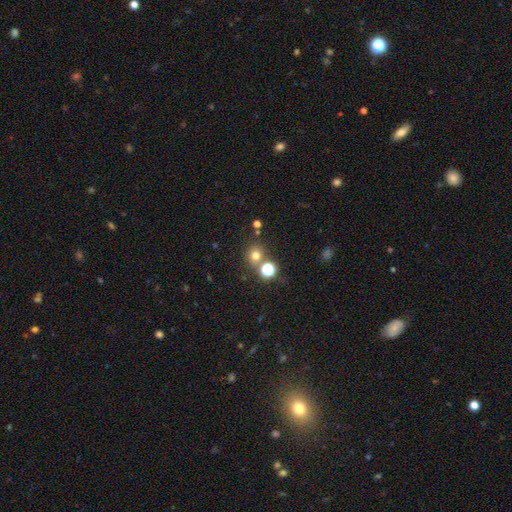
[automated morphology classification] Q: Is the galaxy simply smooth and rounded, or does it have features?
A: smooth — 69%.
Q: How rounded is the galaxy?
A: round — 87%.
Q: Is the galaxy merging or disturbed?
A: none — 73%.